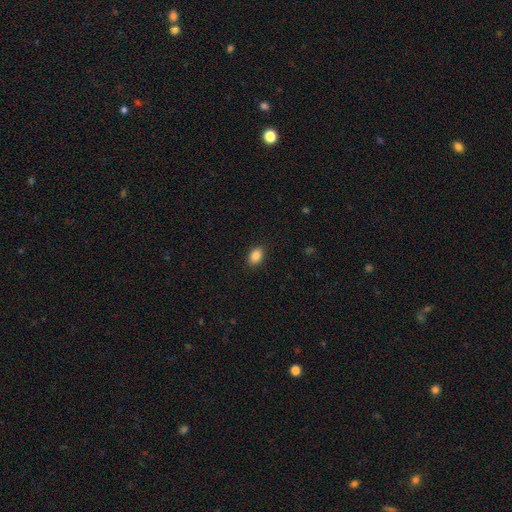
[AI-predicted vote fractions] smooth_or_featured: smooth (p=0.88) [alt: star or artifact p=0.08]
how_rounded: in between (p=0.84) [alt: round p=0.15]
merging: none (p=0.90) [alt: minor disturbance p=0.07]